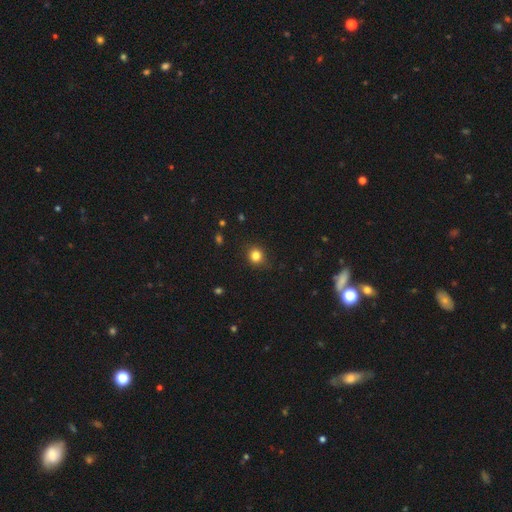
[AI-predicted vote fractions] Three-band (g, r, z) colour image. It shows a smooth galaxy with no disk features (83%) that is round (82%). Merging: none (86%).